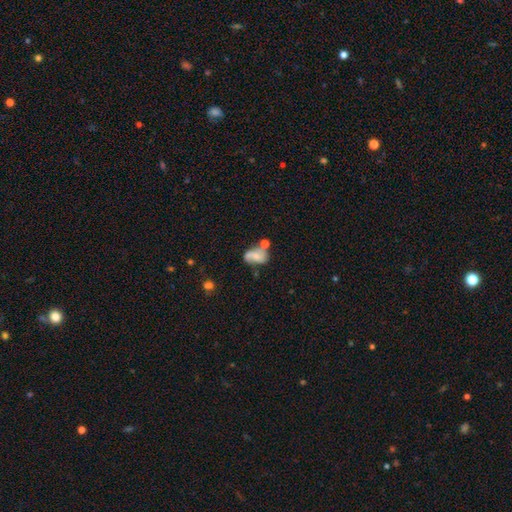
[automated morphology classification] Smooth or featured? featured or disk (46%)
Merging? none (35%)